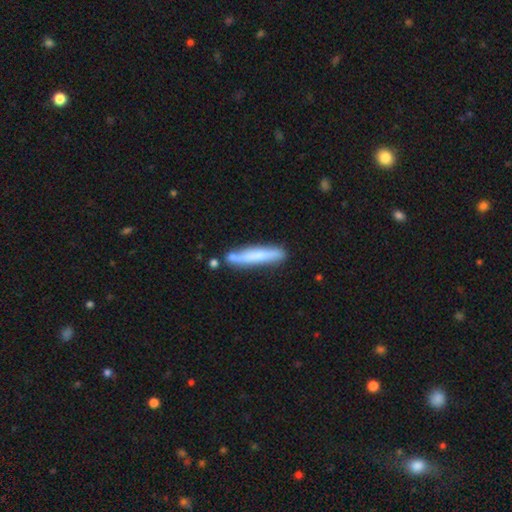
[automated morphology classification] The model was most divided on "smooth or featured": smooth: 62%, featured or disk: 32%, star or artifact: 6%. More confident: how rounded — cigar-shaped (93%); merging — none (73%).